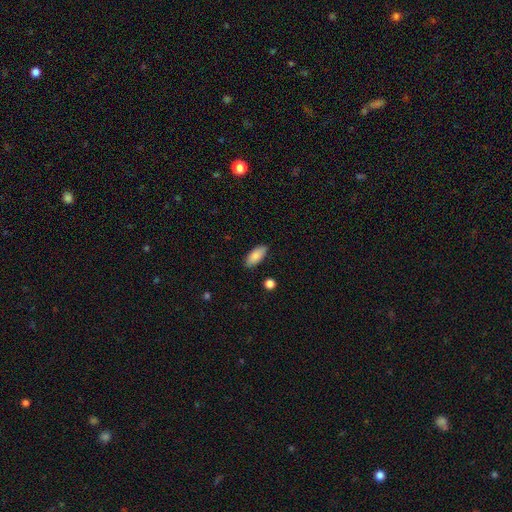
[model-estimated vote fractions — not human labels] Morphology: type=smooth (85%); roundness=in between (86%); merging=none (86%).